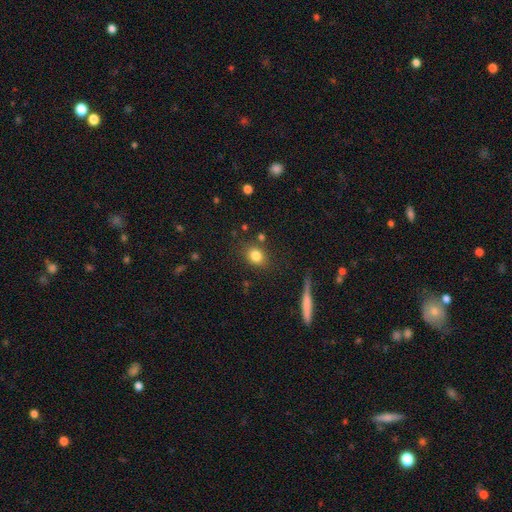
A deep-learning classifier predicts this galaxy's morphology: Smooth or featured: smooth — 82% (star or artifact — 11%)
How rounded: round — 50% (in between — 48%)
Merging: none — 80% (minor disturbance — 11%)